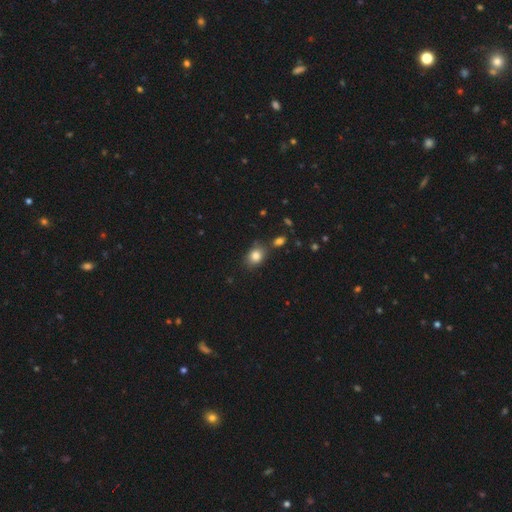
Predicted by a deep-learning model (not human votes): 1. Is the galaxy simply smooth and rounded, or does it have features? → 83% smooth, 10% star or artifact, 7% featured or disk.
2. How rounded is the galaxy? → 58% in between, 40% round, 1% cigar-shaped.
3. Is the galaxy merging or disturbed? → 72% none, 16% minor disturbance, 9% merger, 4% major disturbance.